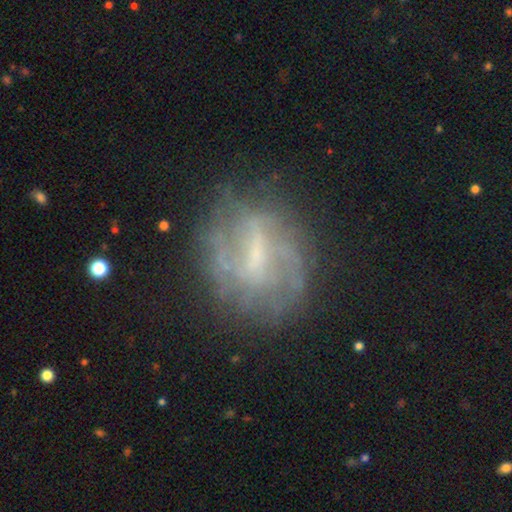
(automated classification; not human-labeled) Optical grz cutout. It shows a featured or disk galaxy (74%) with a weak bar (47%), 2 (42%) medium (39%) spiral arms (71%) and a small central bulge (44%). Merging: none (66%).